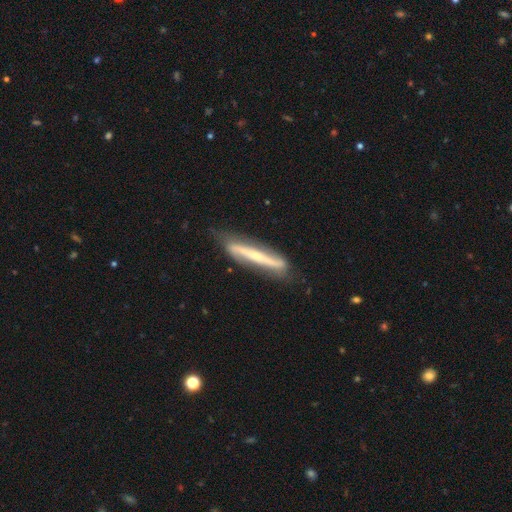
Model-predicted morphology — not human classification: type=featured or disk (76%); edge-on=yes (62%); merging=none (72%).